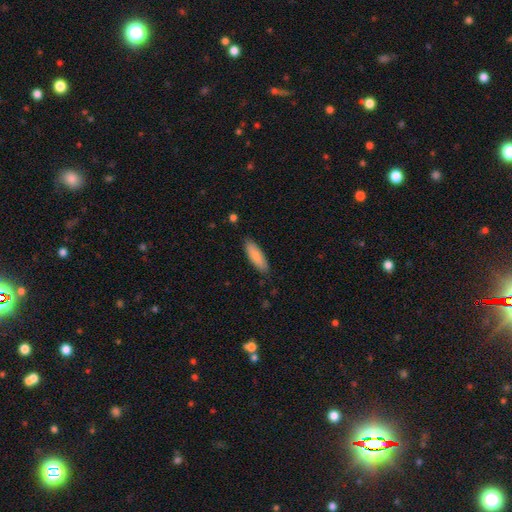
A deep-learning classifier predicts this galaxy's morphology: Overall: smooth (83%). How rounded: in between (51%; cigar-shaped 47%). Merging: none (86%).